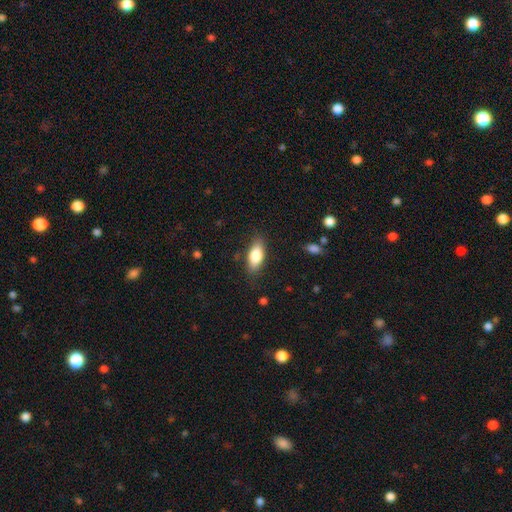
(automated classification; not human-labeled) Smooth or featured? smooth (80%)
How rounded? in between (82%)
Merging? none (82%)